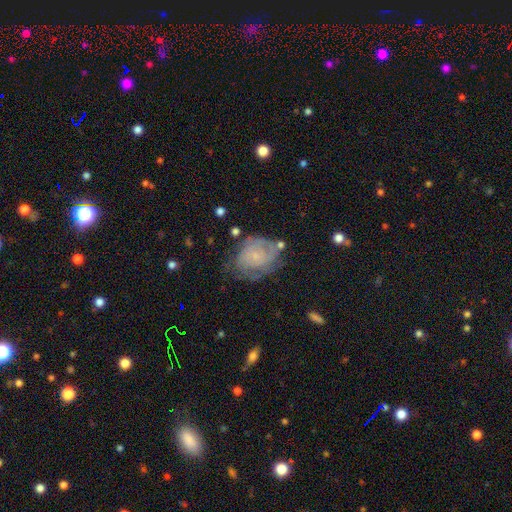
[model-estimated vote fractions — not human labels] This is likely a featured or disk galaxy (65%). It is clearly not viewed edge-on (98%). Bar: likely no (74%). Spiral arm pattern: clearly yes (84%). Spiral arm count: possibly can't tell (46%). Spiral winding: likely tight (62%). Central bulge: likely small (74%). Merging: possibly none (54%).